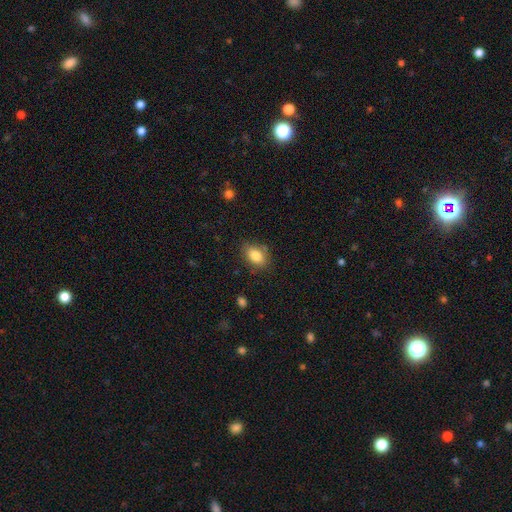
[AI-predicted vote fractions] Smooth or featured?
  - smooth: 84% *
  - star or artifact: 8%
  - featured or disk: 8%
How rounded?
  - in between: 84% *
  - round: 15%
  - cigar-shaped: 2%
Merging?
  - none: 79% *
  - minor disturbance: 15%
  - major disturbance: 3%
  - merger: 3%